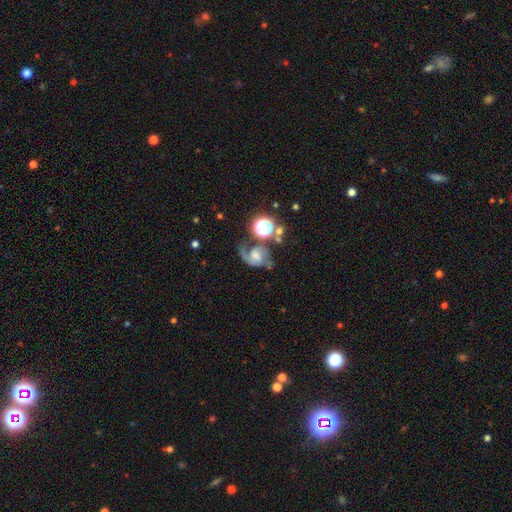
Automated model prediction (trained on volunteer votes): Morphology: type=featured or disk (74%); edge-on=no (97%); bar=no (52%); spiral arms=yes (95%); winding=medium (50%); arm count=2 (83%); bulge=moderate (45%); merging=none (54%).